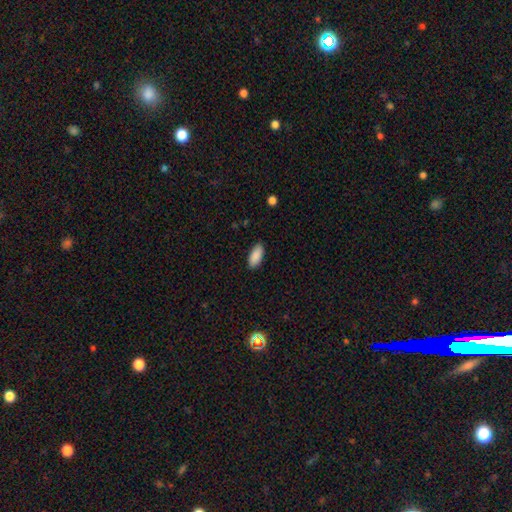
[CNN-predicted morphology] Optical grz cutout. It shows a smooth galaxy with no disk features (89%) that is in between round and cigar-shaped (90%). Merging: none (87%).